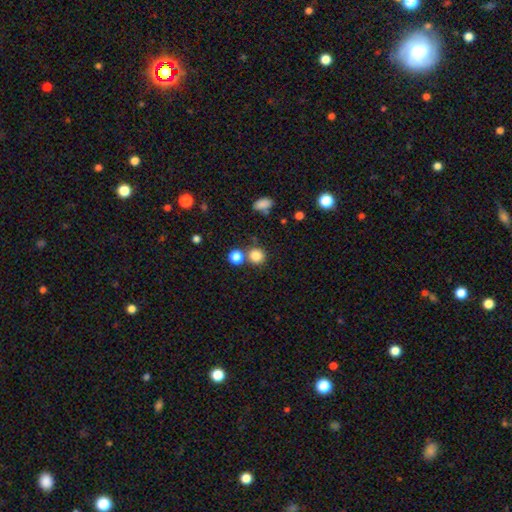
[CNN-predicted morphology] Smooth or featured? Predicted: smooth (p=0.83). How rounded? Predicted: round (p=0.88). Merging? Predicted: none (p=0.73).